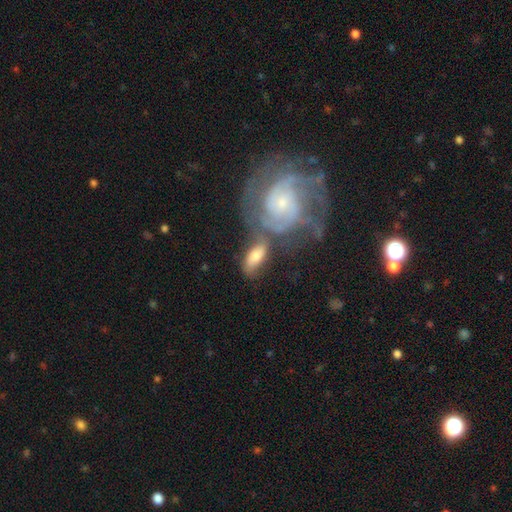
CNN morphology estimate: smooth 48%, featured or disk 44%, star or artifact 8%. Down the decision tree: merging — none (39%).